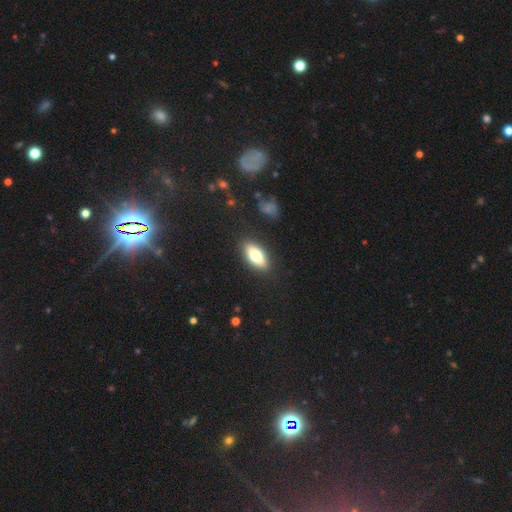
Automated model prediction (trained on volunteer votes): This appears to be a smooth galaxy with no disk features (74%) that is in between round and cigar-shaped (83%). Merging: none (86%).